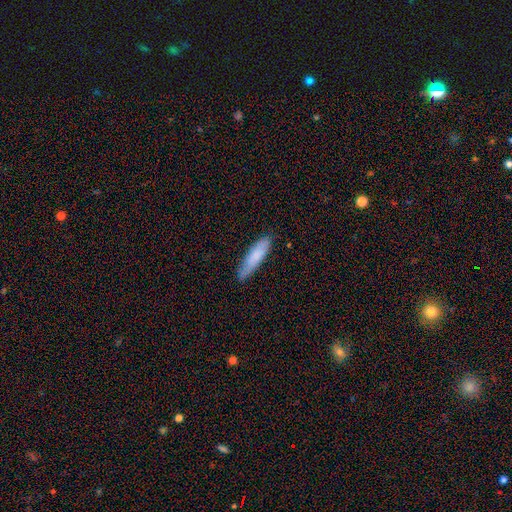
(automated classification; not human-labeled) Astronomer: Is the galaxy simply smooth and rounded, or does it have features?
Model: smooth — 78%.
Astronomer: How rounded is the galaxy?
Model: cigar-shaped — 71%.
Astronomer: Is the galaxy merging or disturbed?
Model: none — 76%.